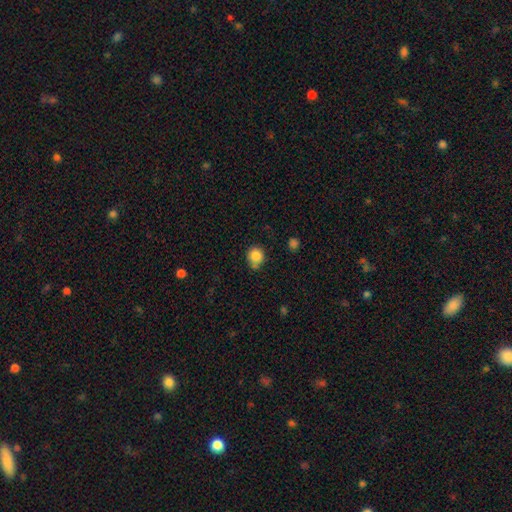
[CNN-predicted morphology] A smooth galaxy with no disk features (85%) that is round (84%). Merging: none (64%).